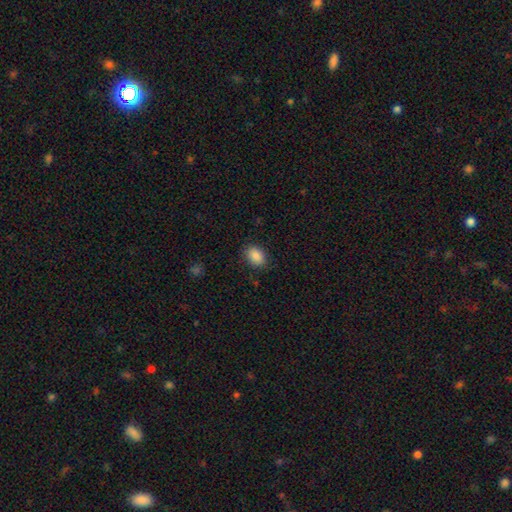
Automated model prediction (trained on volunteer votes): Smooth or featured?
  - smooth: 88% *
  - star or artifact: 8%
  - featured or disk: 4%
How rounded?
  - in between: 75% *
  - round: 24%
  - cigar-shaped: 1%
Merging?
  - none: 86% *
  - minor disturbance: 10%
  - major disturbance: 3%
  - merger: 1%